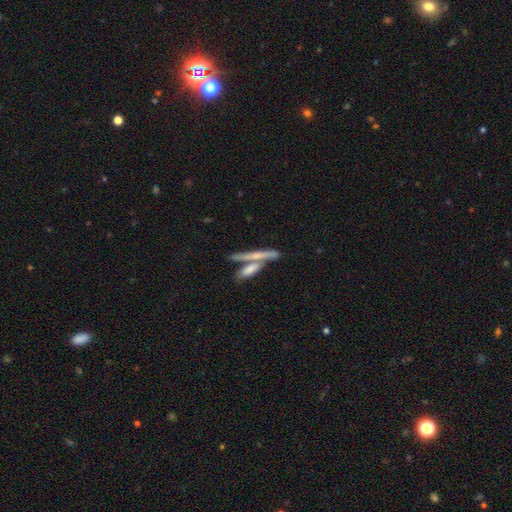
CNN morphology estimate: type=smooth (49%); merging=none (51%).